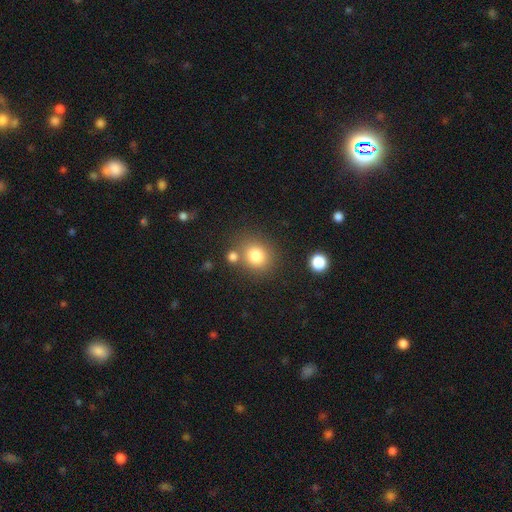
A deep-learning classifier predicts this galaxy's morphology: Smooth or featured: smooth — 80% (star or artifact — 12%)
How rounded: round — 78% (in between — 21%)
Merging: none — 69% (merger — 16%)